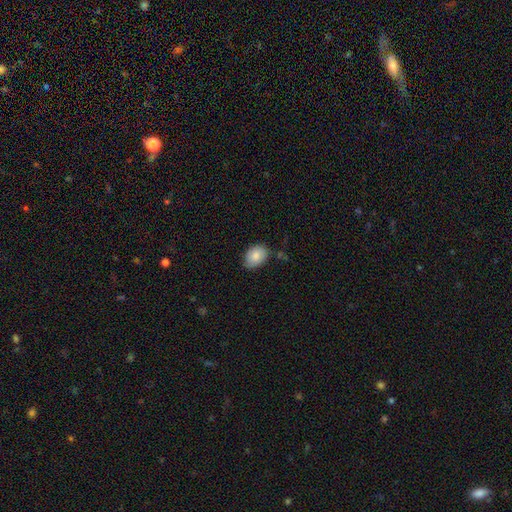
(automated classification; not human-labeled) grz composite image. It shows a smooth galaxy with no disk features (85%) that is in between round and cigar-shaped (79%). Merging: none (70%).